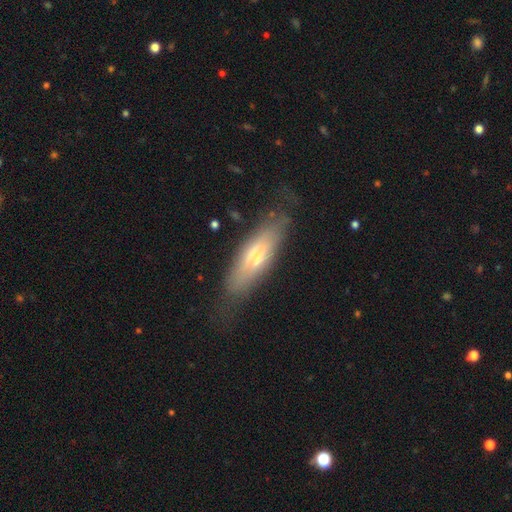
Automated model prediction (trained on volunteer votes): smooth 47%, featured or disk 46%, star or artifact 7%. Down the decision tree: merging — none (67%).